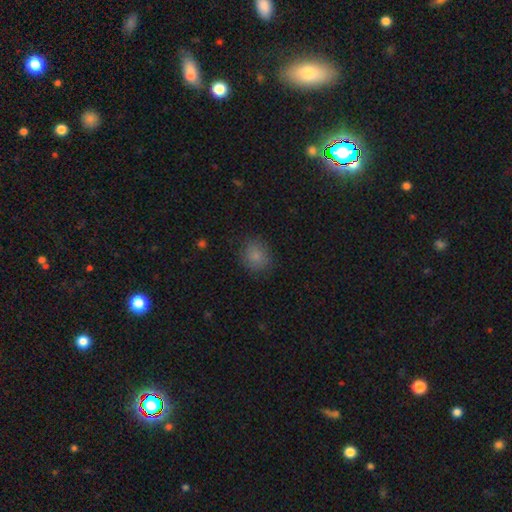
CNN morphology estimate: This appears to be a smooth galaxy with no disk features (83%) that is round (77%). Merging: none (84%).